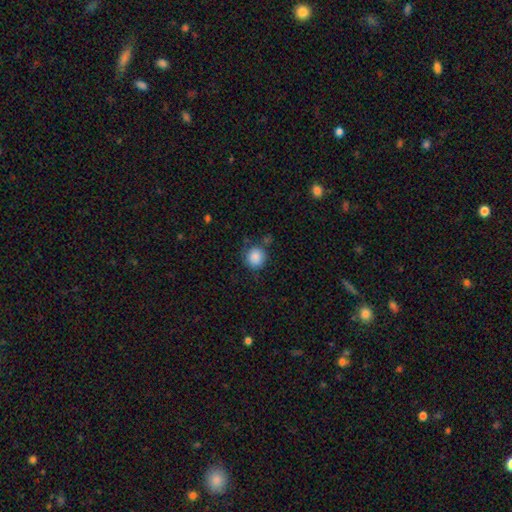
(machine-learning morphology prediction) Smooth or featured?
  - smooth: 87% *
  - star or artifact: 9%
  - featured or disk: 4%
How rounded?
  - round: 90% *
  - in between: 9%
  - cigar-shaped: 1%
Merging?
  - none: 78% *
  - minor disturbance: 13%
  - merger: 5%
  - major disturbance: 4%